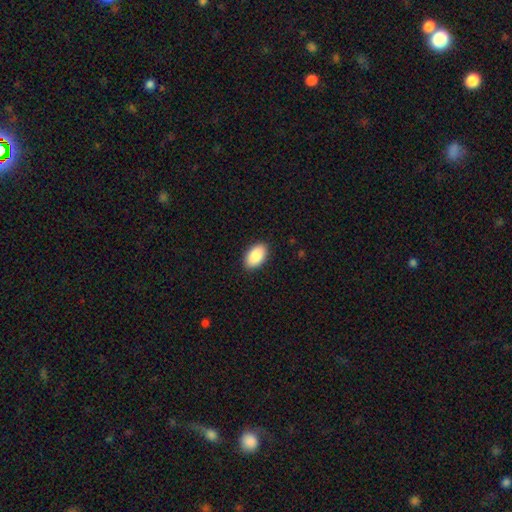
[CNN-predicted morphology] A smooth galaxy with no disk features (90%) that is in between round and cigar-shaped (95%).

Vote fractions:
- Smooth or featured? smooth: 90% / star or artifact: 6% / featured or disk: 4%
- How rounded? in between: 95% / round: 4% / cigar-shaped: 1%
- Merging? none: 90% / minor disturbance: 7% / major disturbance: 2% / merger: 1%